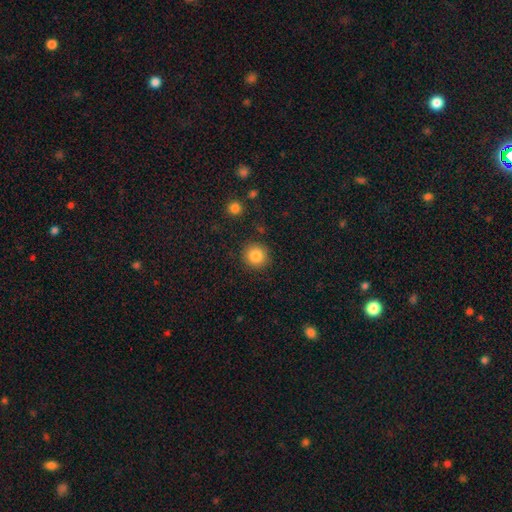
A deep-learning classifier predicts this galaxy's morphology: A smooth galaxy with no disk features (85%) that is round (93%).

Vote fractions:
- Smooth or featured? smooth: 85% / star or artifact: 10% / featured or disk: 5%
- How rounded? round: 93% / in between: 6% / cigar-shaped: 1%
- Merging? none: 90% / minor disturbance: 6% / major disturbance: 2% / merger: 1%